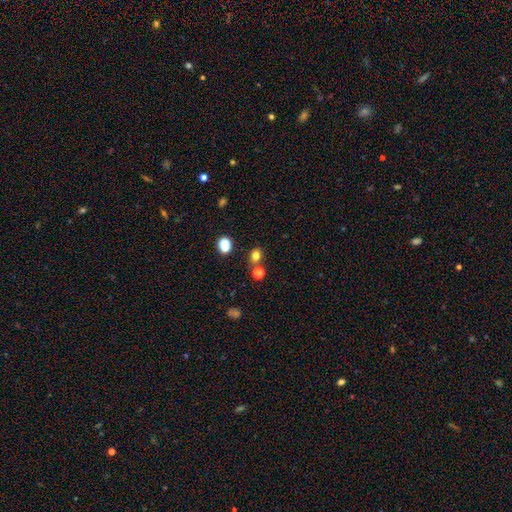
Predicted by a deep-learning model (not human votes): A smooth galaxy with no disk features (74%) that is round (67%).

Vote fractions:
- Smooth or featured? smooth: 74% / star or artifact: 19% / featured or disk: 7%
- How rounded? round: 67% / in between: 32% / cigar-shaped: 1%
- Merging? none: 74% / merger: 14% / minor disturbance: 9% / major disturbance: 3%